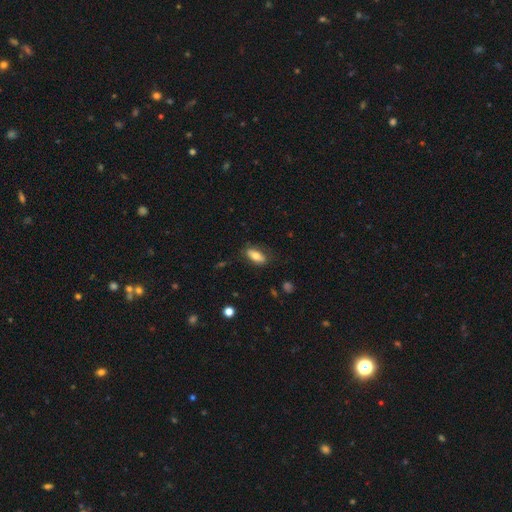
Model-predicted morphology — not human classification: Smooth or featured?
  - smooth: 71% *
  - featured or disk: 22%
  - star or artifact: 7%
How rounded?
  - in between: 83% *
  - cigar-shaped: 14%
  - round: 3%
Merging?
  - none: 77% *
  - minor disturbance: 17%
  - major disturbance: 5%
  - merger: 1%